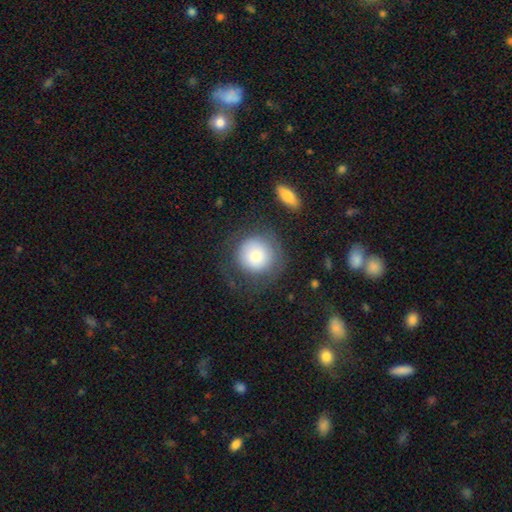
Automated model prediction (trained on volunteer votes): smooth_or_featured: smooth (p=0.75) [alt: featured or disk p=0.17]
how_rounded: round (p=0.93) [alt: in between p=0.06]
merging: none (p=0.62) [alt: minor disturbance p=0.18]